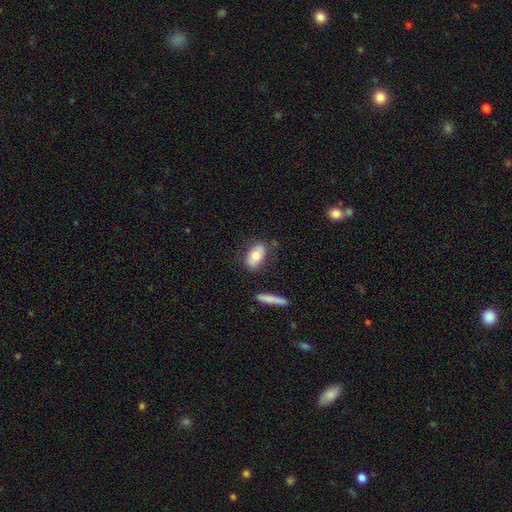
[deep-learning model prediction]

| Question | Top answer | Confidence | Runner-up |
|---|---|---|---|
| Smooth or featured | smooth | 70% | featured or disk (23%) |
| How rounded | in between | 90% | round (6%) |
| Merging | none | 75% | minor disturbance (15%) |